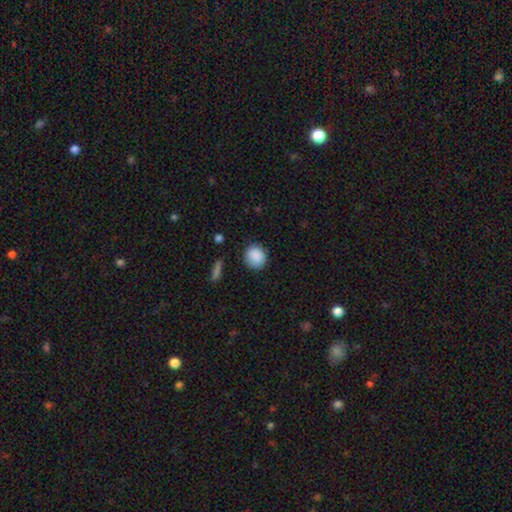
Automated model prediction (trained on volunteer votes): Overall: smooth (88%). How rounded: round (79%). Merging: none (82%).